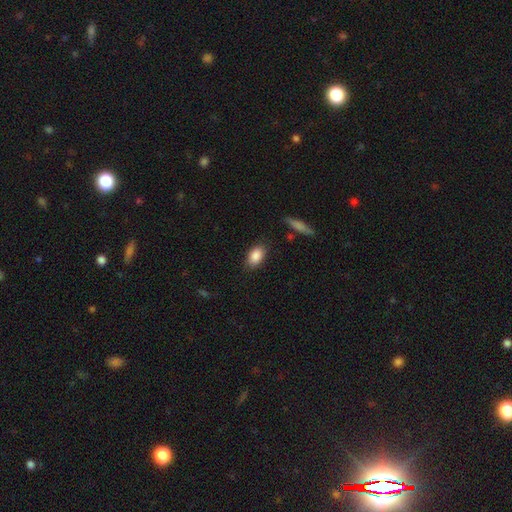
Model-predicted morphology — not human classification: Smooth or featured: smooth — 88% (star or artifact — 7%)
How rounded: in between — 89% (round — 8%)
Merging: none — 83% (minor disturbance — 12%)